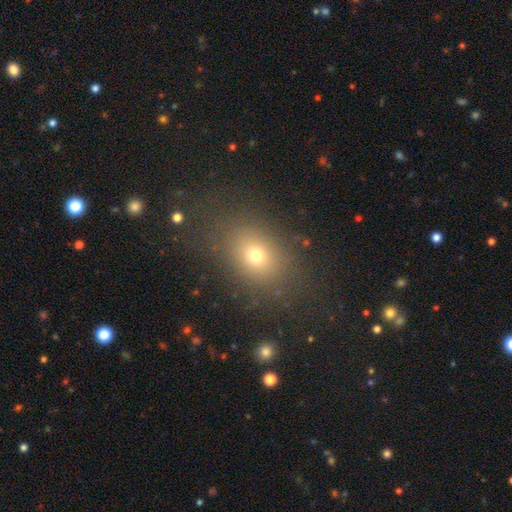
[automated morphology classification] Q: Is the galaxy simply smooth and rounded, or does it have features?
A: smooth — 69%.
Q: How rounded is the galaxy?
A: in between — 61%.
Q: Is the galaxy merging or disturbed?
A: none — 77%.